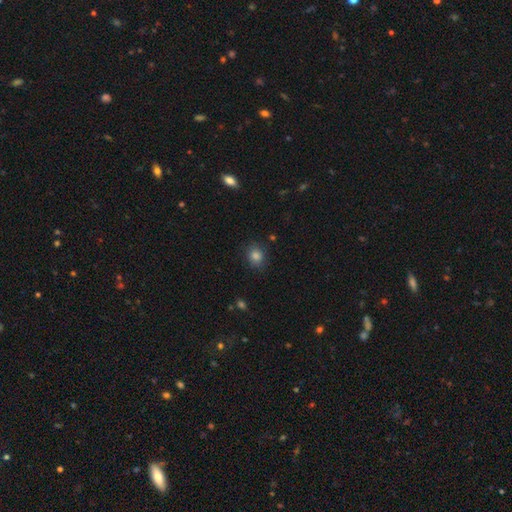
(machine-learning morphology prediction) Q: Smooth or featured?
A: smooth (81%); runner-up: star or artifact (12%)
Q: How rounded?
A: round (67%); runner-up: in between (32%)
Q: Merging?
A: none (82%); runner-up: minor disturbance (13%)